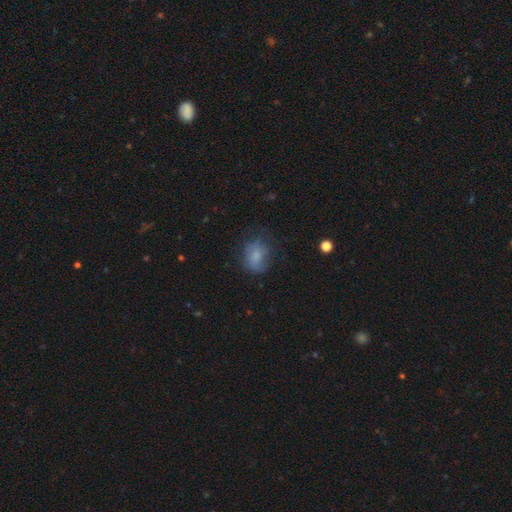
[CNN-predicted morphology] This is likely a smooth galaxy (71%). How rounded: possibly in between (51%). Merging: possibly none (55%).